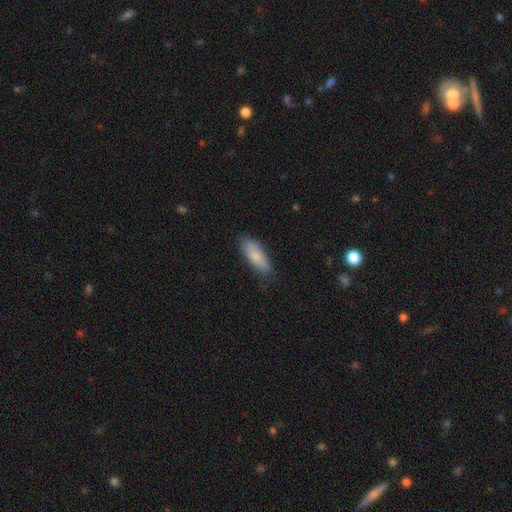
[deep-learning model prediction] Smooth or featured? smooth (84%)
How rounded? in between (68%)
Merging? none (76%)